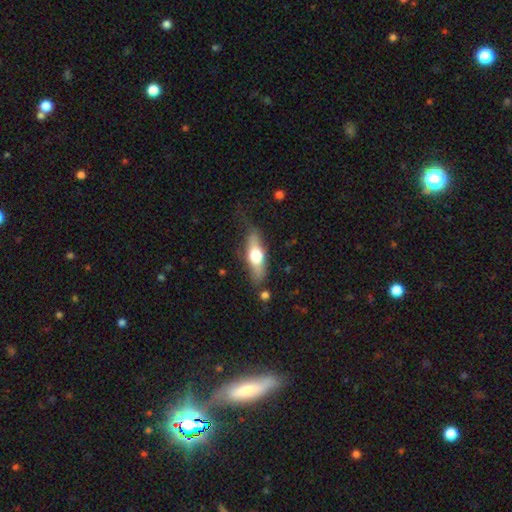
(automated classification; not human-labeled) smooth-or-featured: smooth: 49% | featured or disk: 46% | star or artifact: 6%
  merging: none: 67% | minor disturbance: 22% | major disturbance: 8% | merger: 3%